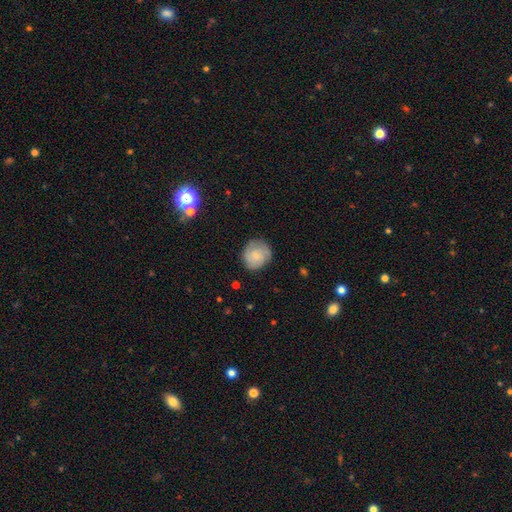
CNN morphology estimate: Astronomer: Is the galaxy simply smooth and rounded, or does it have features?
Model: smooth — 55% (runner-up: featured or disk, 37%).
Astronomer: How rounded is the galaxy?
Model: round — 84%.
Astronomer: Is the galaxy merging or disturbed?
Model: none — 77%.